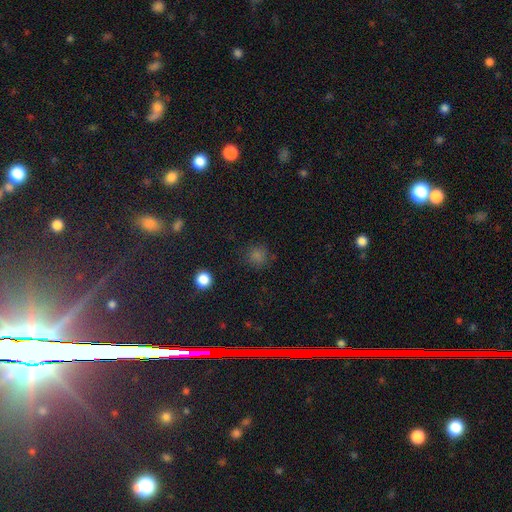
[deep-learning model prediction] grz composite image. It shows a smooth galaxy with no disk features (62%) that is round (90%). Merging: none (84%).